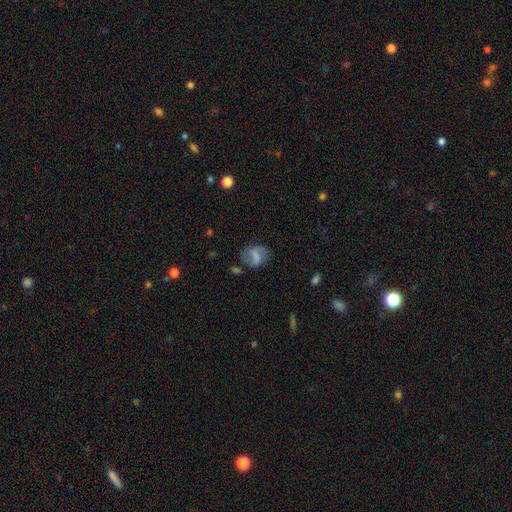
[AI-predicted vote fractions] Smooth or featured? featured or disk (49%)
Merging? none (64%)